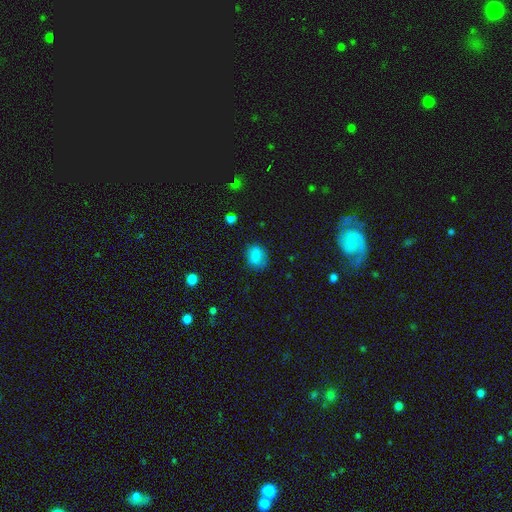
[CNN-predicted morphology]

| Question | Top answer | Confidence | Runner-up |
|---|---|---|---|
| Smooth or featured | smooth | 82% | star or artifact (10%) |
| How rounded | in between | 62% | round (35%) |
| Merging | none | 76% | minor disturbance (17%) |